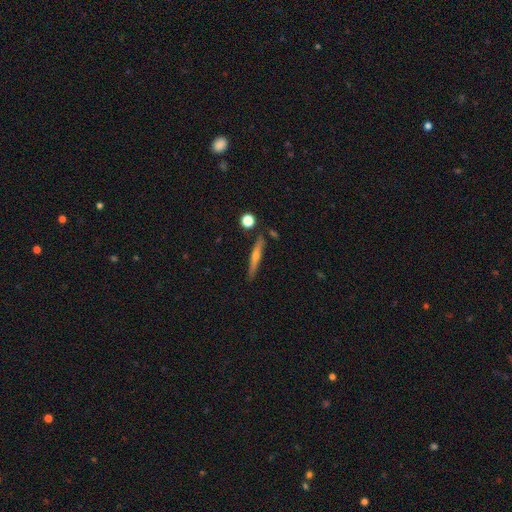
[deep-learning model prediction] smooth-or-featured: featured or disk: 58% | smooth: 35% | star or artifact: 7%
  disk-edge-on: yes: 96% | no: 4%
    edge-on-bulge: rounded: 77% | none: 19% | boxy: 5%
  merging: none: 85% | minor disturbance: 9% | merger: 4% | major disturbance: 2%